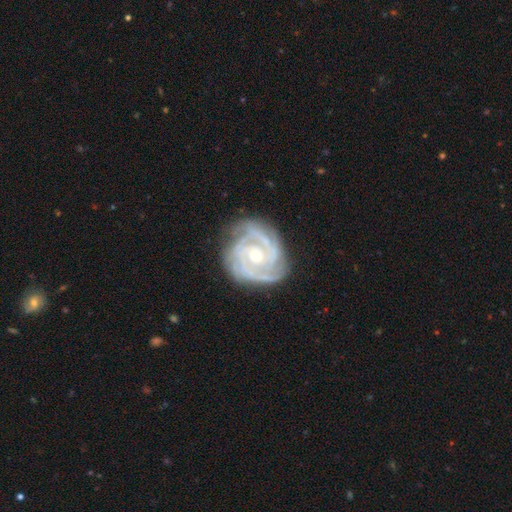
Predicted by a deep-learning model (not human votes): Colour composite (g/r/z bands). It shows a featured or disk galaxy (91%) with no bar (63%), 3 (40%) tight (69%) spiral arms (98%) and a small central bulge (54%). Merging: none (75%).